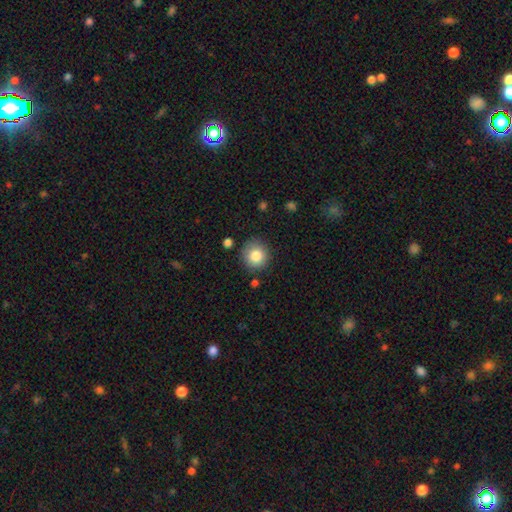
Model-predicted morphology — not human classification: Smooth or featured: smooth — 84% (star or artifact — 9%)
How rounded: round — 91% (in between — 8%)
Merging: none — 84% (minor disturbance — 10%)